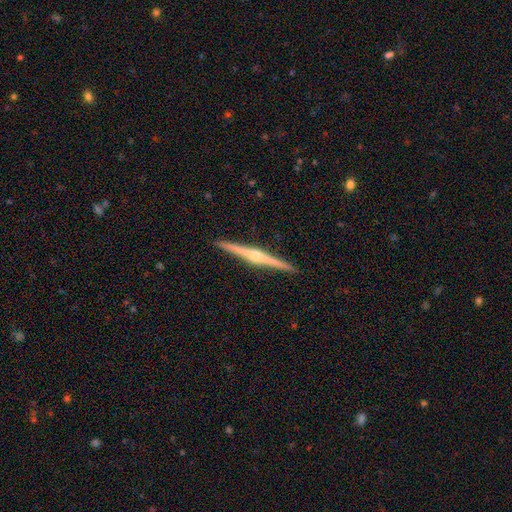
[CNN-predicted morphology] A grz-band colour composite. It shows a featured or disk galaxy (84%) viewed edge-on (99%) with a rounded central bulge (90%). Merging: none (93%).